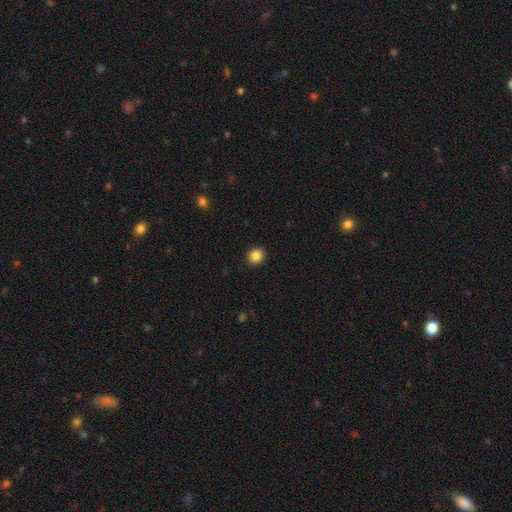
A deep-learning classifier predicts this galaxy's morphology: The model was most divided on "how rounded": round: 72%, in between: 27%, cigar-shaped: 1%. More confident: merging — none (92%); smooth or featured — smooth (86%).